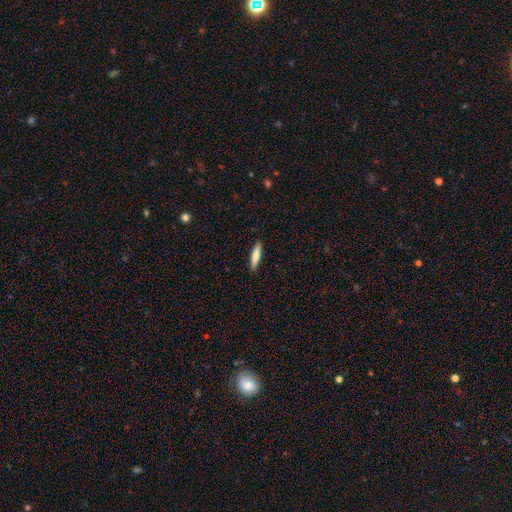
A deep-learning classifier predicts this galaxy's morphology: smooth_or_featured: smooth (p=0.73) [alt: featured or disk p=0.21]
how_rounded: cigar-shaped (p=0.78) [alt: in between p=0.20]
merging: none (p=0.90) [alt: minor disturbance p=0.07]